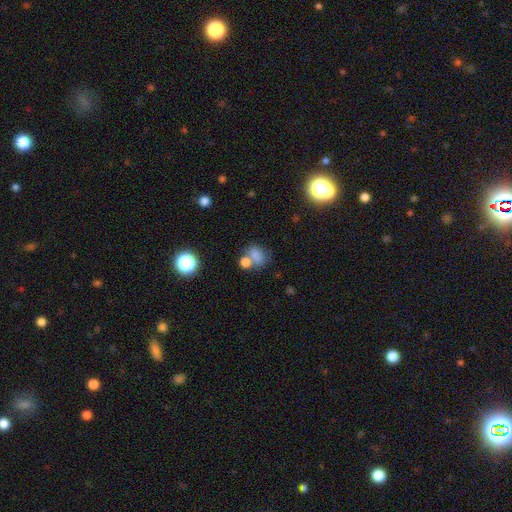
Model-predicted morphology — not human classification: Q: Smooth or featured?
A: smooth (76%); runner-up: star or artifact (15%)
Q: How rounded?
A: in between (58%); runner-up: round (41%)
Q: Merging?
A: none (40%); runner-up: merger (39%)